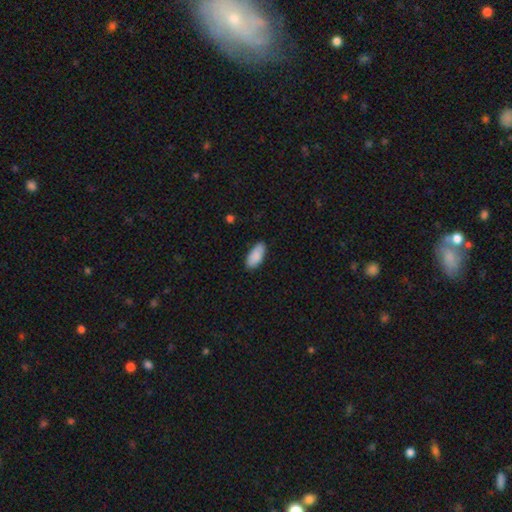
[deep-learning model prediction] Smooth or featured: smooth — 88% (featured or disk — 6%)
How rounded: in between — 91% (cigar-shaped — 8%)
Merging: none — 84% (minor disturbance — 13%)